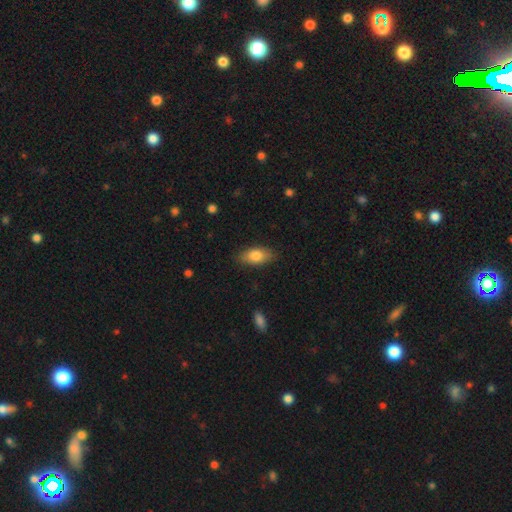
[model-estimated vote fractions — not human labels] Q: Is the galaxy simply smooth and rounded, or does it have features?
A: smooth — 80%.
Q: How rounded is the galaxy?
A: in between — 87%.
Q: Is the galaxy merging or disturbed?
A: none — 85%.